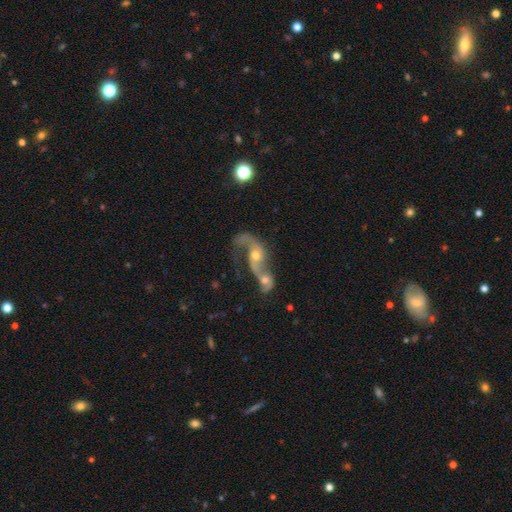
Smooth or featured?
  - featured or disk: 63% *
  - smooth: 29%
  - star or artifact: 8%
Edge-on disk?
  - no: 96% *
  - yes: 4%
Bar?
  - no: 74% *
  - weak: 17%
  - strong: 9%
Spiral arms?
  - yes: 91% *
  - no: 9%
Spiral winding?
  - loose: 71% *
  - medium: 24%
  - tight: 5%
Spiral arm count?
  - 2: 86% *
  - 1: 10%
  - can't tell: 5%
  - 3: 0%
  - 4: 0%
  - more than 4: 0%
Bulge size?
  - moderate: 74% *
  - small: 13%
  - none: 9%
  - large: 4%
  - dominant: 0%
Merging?
  - merger: 89% *
  - none: 6%
  - minor disturbance: 3%
  - major disturbance: 3%